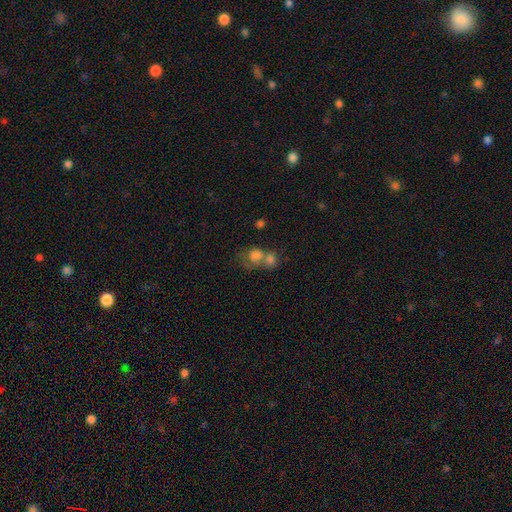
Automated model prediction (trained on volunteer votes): smooth 75%, featured or disk 13%, star or artifact 12%. Down the decision tree: how rounded — round (66%); merging — merger (58%).